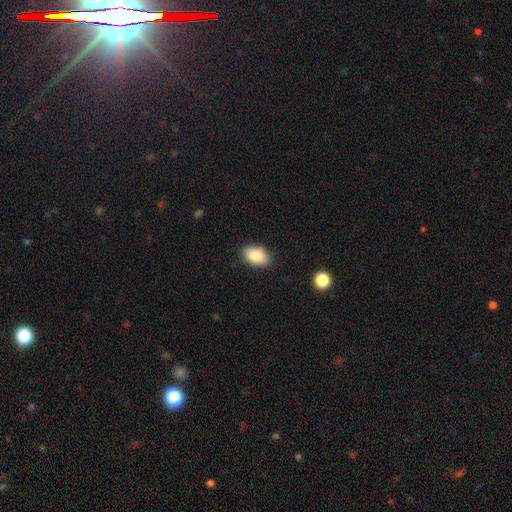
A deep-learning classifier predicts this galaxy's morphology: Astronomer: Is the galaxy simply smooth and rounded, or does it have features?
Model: smooth — 85%.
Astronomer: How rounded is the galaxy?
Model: in between — 91%.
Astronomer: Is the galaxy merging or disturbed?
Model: none — 84%.